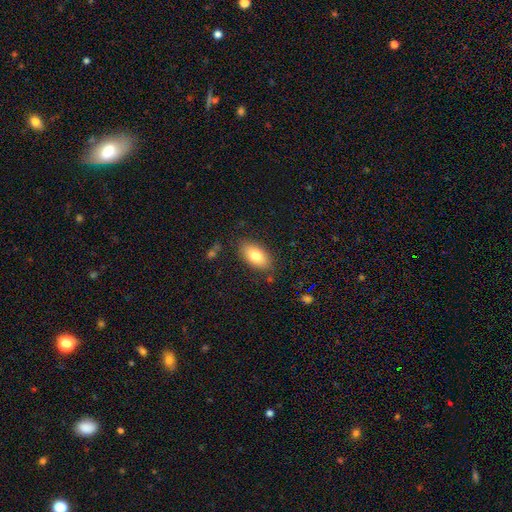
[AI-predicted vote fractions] The model was most divided on "smooth or featured": smooth: 79%, featured or disk: 14%, star or artifact: 7%. More confident: how rounded — in between (92%); merging — none (82%).